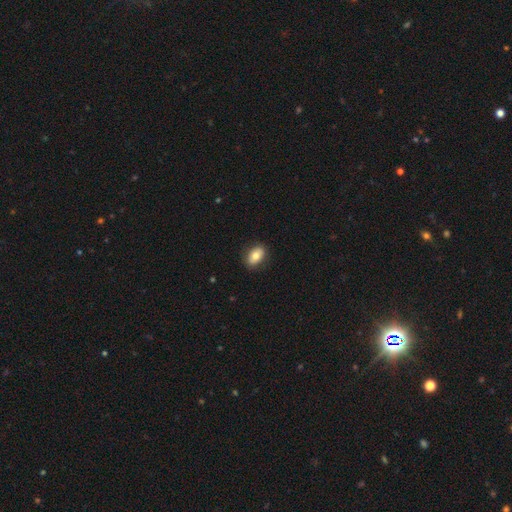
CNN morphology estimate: smooth-or-featured: smooth: 78% | featured or disk: 14% | star or artifact: 7%
  how-rounded: in between: 89% | round: 9% | cigar-shaped: 2%
  merging: none: 86% | minor disturbance: 11% | major disturbance: 2% | merger: 1%